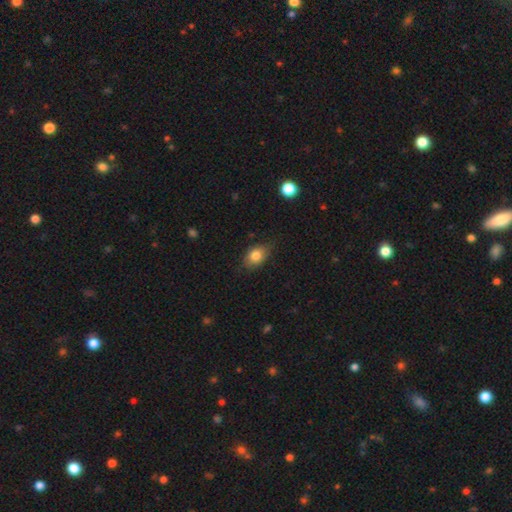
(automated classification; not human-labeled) Smooth or featured?
  - smooth: 80% *
  - featured or disk: 11%
  - star or artifact: 9%
How rounded?
  - in between: 78% *
  - round: 20%
  - cigar-shaped: 2%
Merging?
  - none: 71% *
  - minor disturbance: 24%
  - major disturbance: 4%
  - merger: 1%